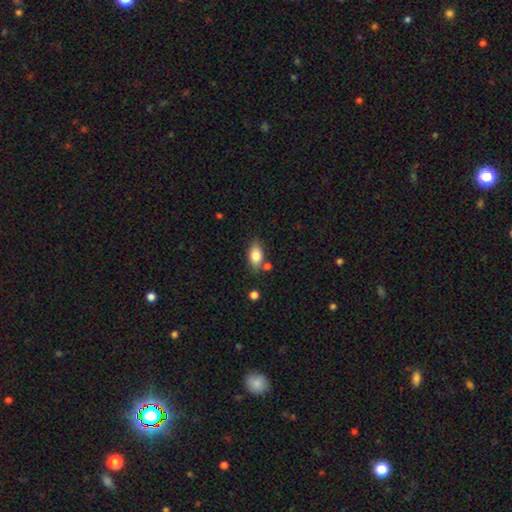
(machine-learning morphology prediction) Smooth or featured? Predicted: smooth (p=0.79). How rounded? Predicted: in between (p=0.86). Merging? Predicted: none (p=0.75).